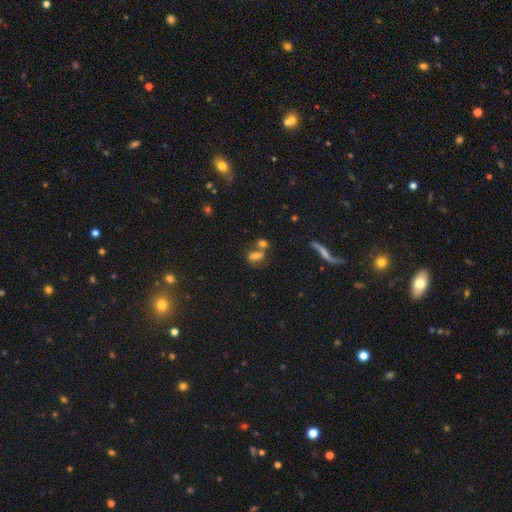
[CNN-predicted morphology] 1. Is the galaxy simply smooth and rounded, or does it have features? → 70% smooth, 16% star or artifact, 15% featured or disk.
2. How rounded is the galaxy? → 76% in between, 16% round, 9% cigar-shaped.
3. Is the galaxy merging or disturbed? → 43% merger, 39% none, 12% minor disturbance, 7% major disturbance.